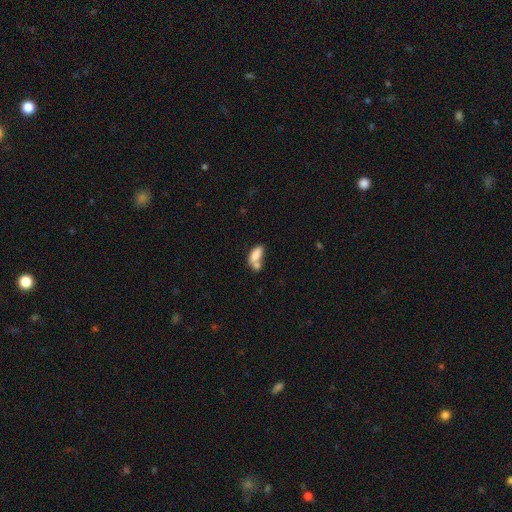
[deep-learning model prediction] smooth-or-featured: smooth: 79% | featured or disk: 13% | star or artifact: 8%
  how-rounded: in between: 86% | cigar-shaped: 11% | round: 3%
  merging: merger: 51% | none: 30% | minor disturbance: 12% | major disturbance: 6%